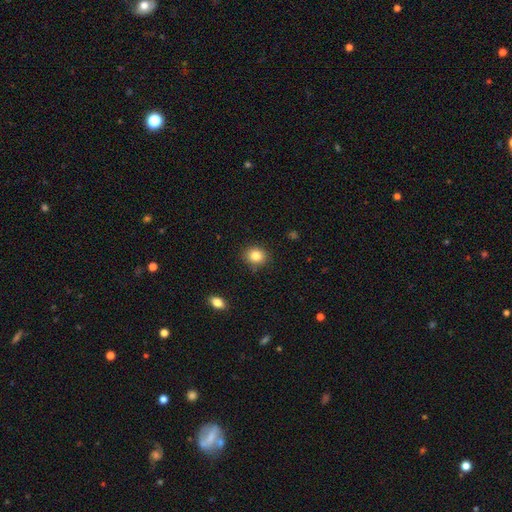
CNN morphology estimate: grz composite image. It shows a smooth galaxy with no disk features (85%) that is round (73%). Merging: none (88%).